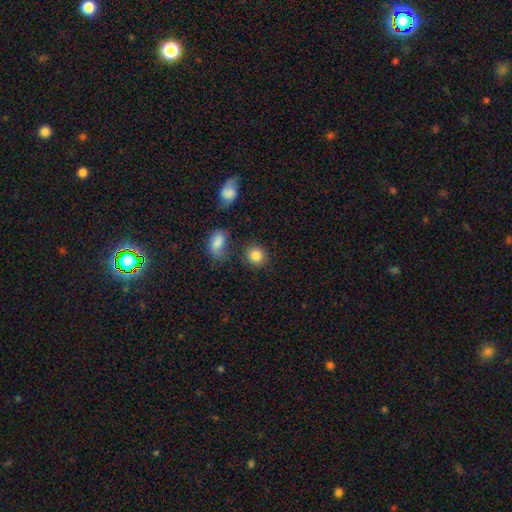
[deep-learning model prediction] Smooth or featured? Predicted: smooth (p=0.84). How rounded? Predicted: round (p=0.83). Merging? Predicted: none (p=0.79).